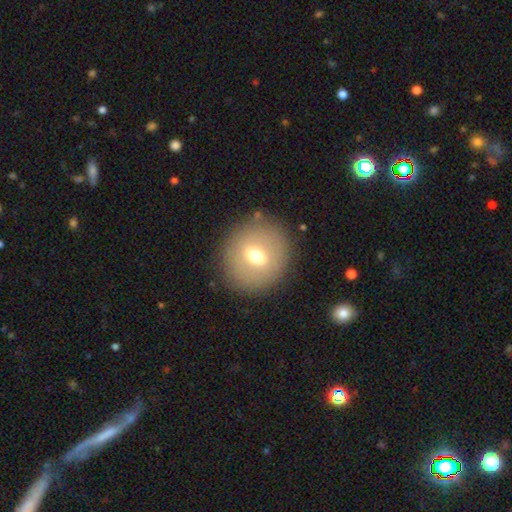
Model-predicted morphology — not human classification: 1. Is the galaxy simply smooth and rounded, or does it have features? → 61% smooth, 29% featured or disk, 10% star or artifact.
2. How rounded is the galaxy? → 87% round, 11% in between, 1% cigar-shaped.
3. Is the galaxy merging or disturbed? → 86% none, 8% minor disturbance, 4% major disturbance, 2% merger.